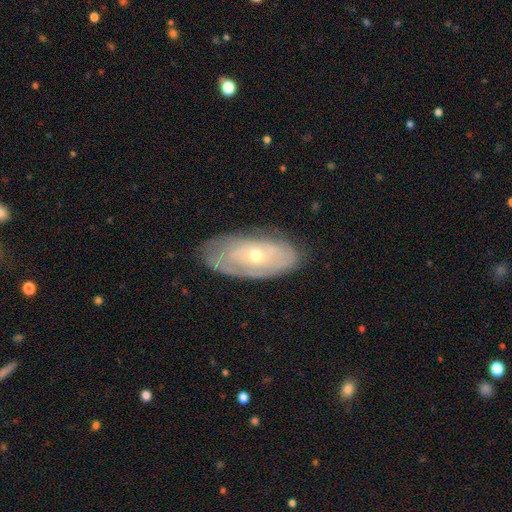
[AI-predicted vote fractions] featured or disk 66%, smooth 28%, star or artifact 6%. Down the decision tree: edge-on disk — no (89%); bar — no (82%); spiral arms — yes (63%); bulge size — small (55%); merging — none (71%).